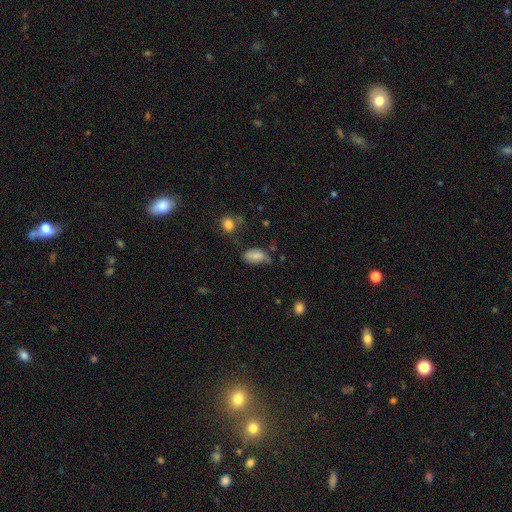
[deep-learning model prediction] Smooth or featured: smooth — 70% (featured or disk — 20%)
How rounded: in between — 91% (round — 7%)
Merging: none — 40% (minor disturbance — 37%)